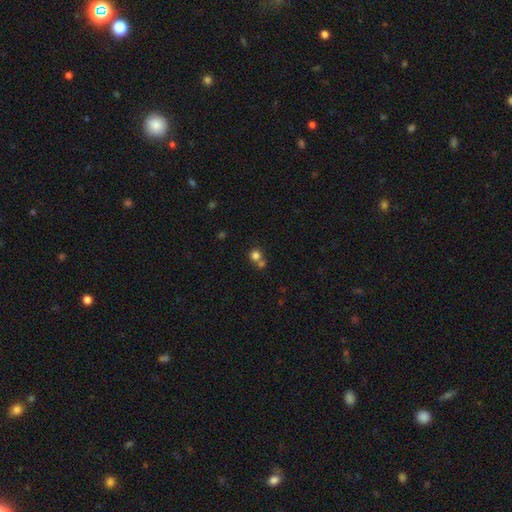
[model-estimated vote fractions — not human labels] smooth_or_featured: smooth (p=0.78) [alt: star or artifact p=0.14]
how_rounded: round (p=0.88) [alt: in between p=0.11]
merging: none (p=0.49) [alt: merger p=0.42]